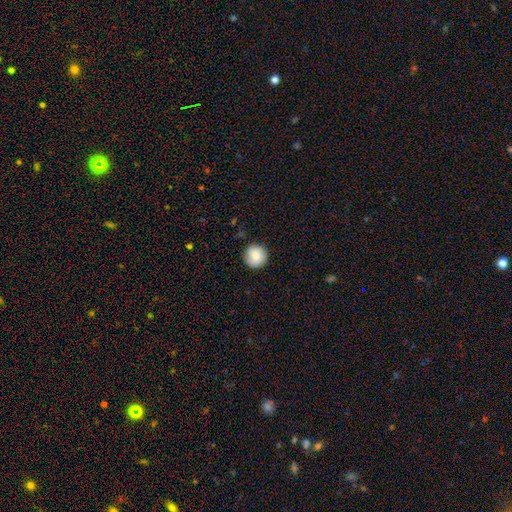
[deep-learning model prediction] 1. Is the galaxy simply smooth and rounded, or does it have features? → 82% smooth, 9% featured or disk, 8% star or artifact.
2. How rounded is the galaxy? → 95% round, 4% in between, 1% cigar-shaped.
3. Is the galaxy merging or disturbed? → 88% none, 9% minor disturbance, 2% major disturbance, 1% merger.